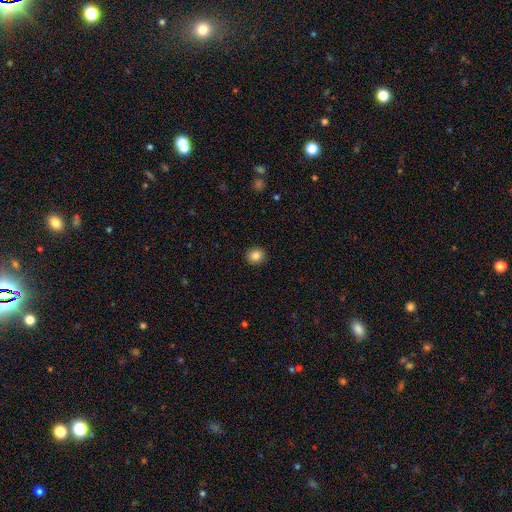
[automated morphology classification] Smooth or featured? smooth (84%)
How rounded? round (90%)
Merging? none (92%)